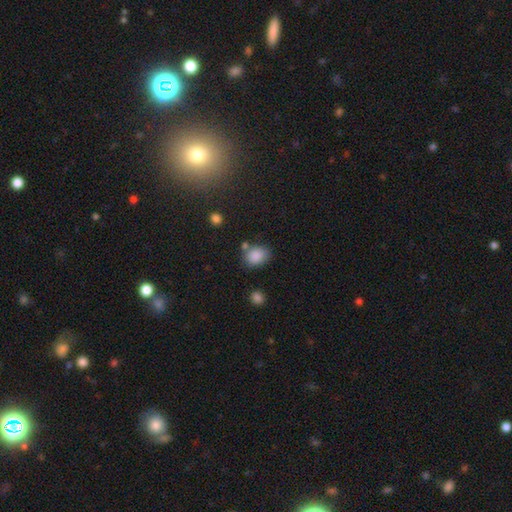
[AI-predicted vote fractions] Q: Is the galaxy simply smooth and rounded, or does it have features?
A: smooth — 86%.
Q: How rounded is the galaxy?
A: in between — 58%.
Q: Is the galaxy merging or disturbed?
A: none — 65%.